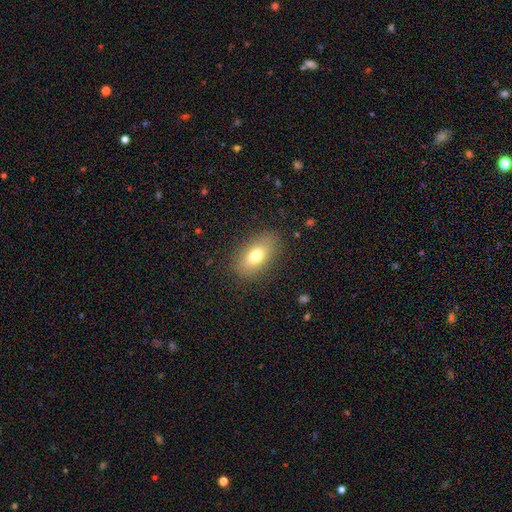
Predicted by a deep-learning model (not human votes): smooth 74%, featured or disk 17%, star or artifact 9%. Down the decision tree: how rounded — in between (87%); merging — none (85%).